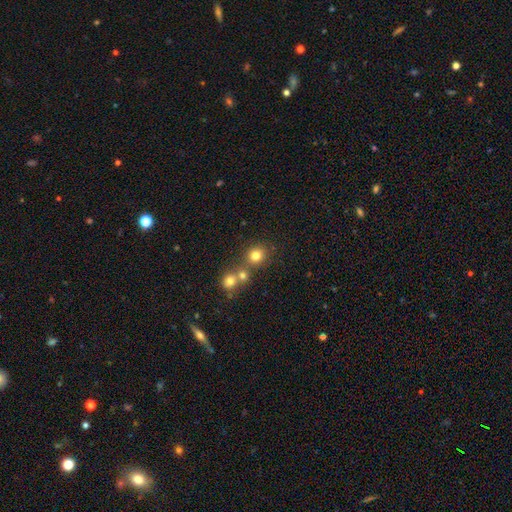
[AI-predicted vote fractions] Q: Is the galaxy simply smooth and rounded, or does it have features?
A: smooth — 77%.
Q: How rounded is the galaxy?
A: round — 86%.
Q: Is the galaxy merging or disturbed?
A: none — 66%.